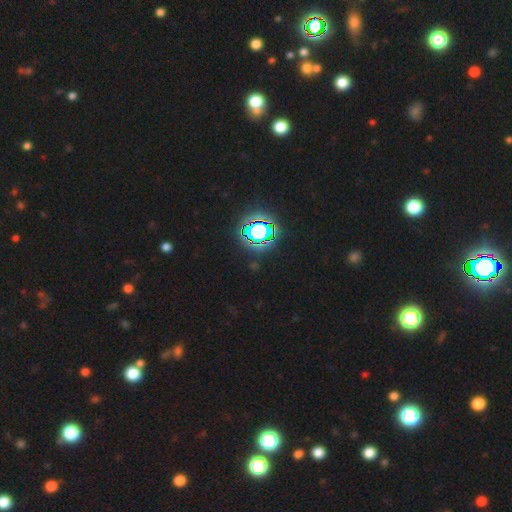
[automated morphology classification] Q: Smooth or featured?
A: star or artifact (81%); runner-up: smooth (12%)